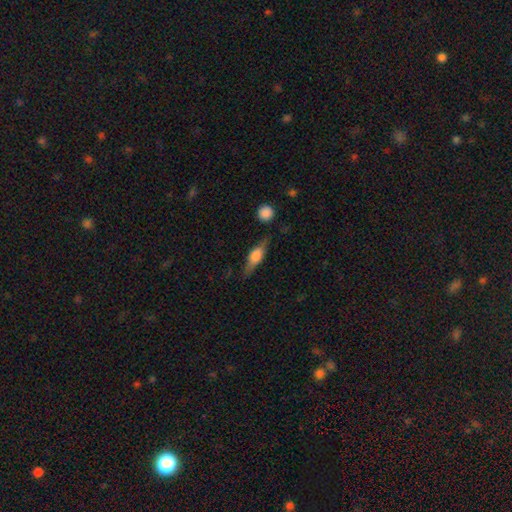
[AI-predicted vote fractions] Smooth or featured? featured or disk (55%)
Edge-on disk? yes (93%)
Edge-on bulge? rounded (79%)
Merging? none (77%)